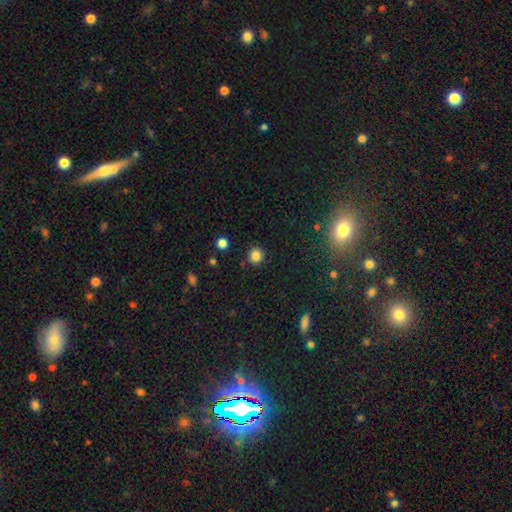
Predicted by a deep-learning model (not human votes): smooth 83%, star or artifact 12%, featured or disk 4%. Down the decision tree: how rounded — round (86%); merging — none (87%).